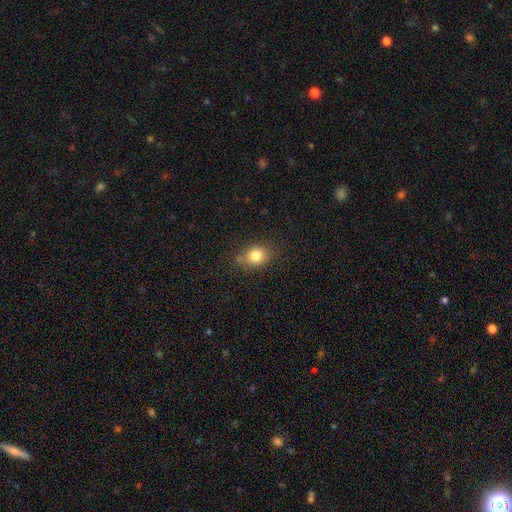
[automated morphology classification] The model was most divided on "how rounded": in between: 54%, round: 44%, cigar-shaped: 1%. More confident: smooth or featured — smooth (81%); merging — none (76%).